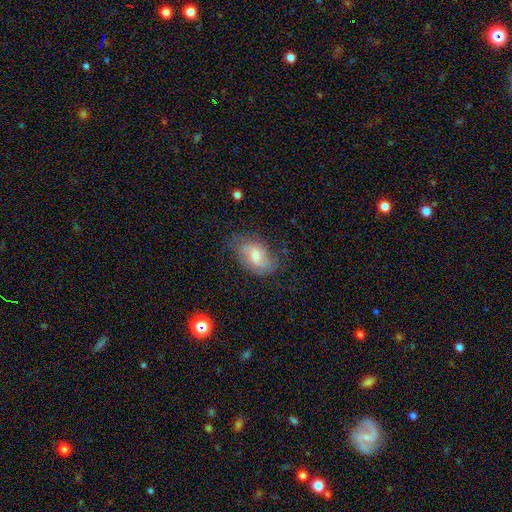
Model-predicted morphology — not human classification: Smooth or featured? featured or disk (46%, tied with smooth)
Merging? none (62%)